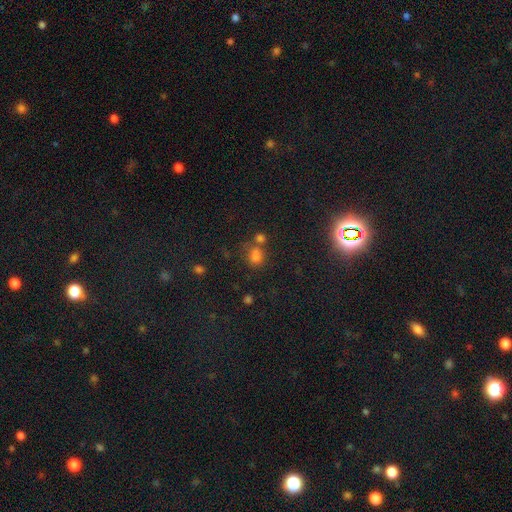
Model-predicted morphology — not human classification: smooth-or-featured: smooth: 66% | star or artifact: 25% | featured or disk: 9%
  how-rounded: round: 59% | in between: 39% | cigar-shaped: 2%
  merging: none: 49% | merger: 32% | minor disturbance: 13% | major disturbance: 6%